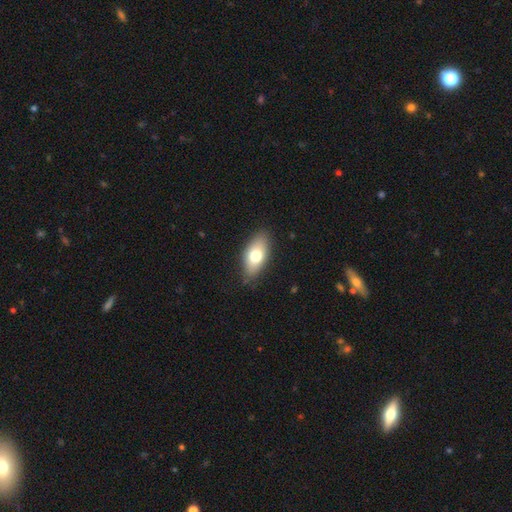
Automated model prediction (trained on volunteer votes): A smooth galaxy with no disk features (72%) that is in between round and cigar-shaped (88%).

Vote fractions:
- Smooth or featured? smooth: 72% / featured or disk: 21% / star or artifact: 7%
- How rounded? in between: 88% / cigar-shaped: 7% / round: 5%
- Merging? none: 83% / minor disturbance: 13% / major disturbance: 3% / merger: 1%